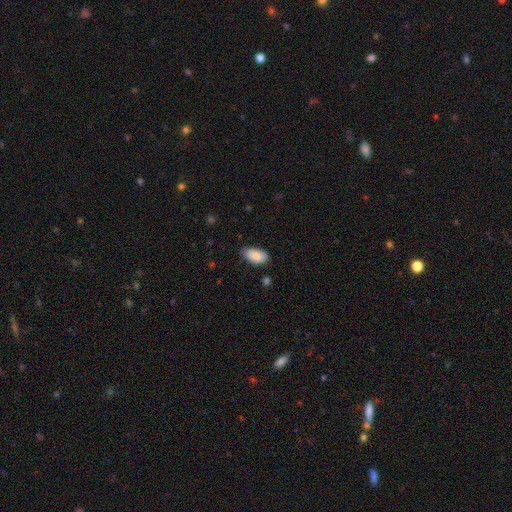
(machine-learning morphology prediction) smooth-or-featured: smooth: 89% | star or artifact: 6% | featured or disk: 5%
  how-rounded: in between: 95% | cigar-shaped: 3% | round: 3%
  merging: none: 77% | minor disturbance: 18% | major disturbance: 3% | merger: 1%